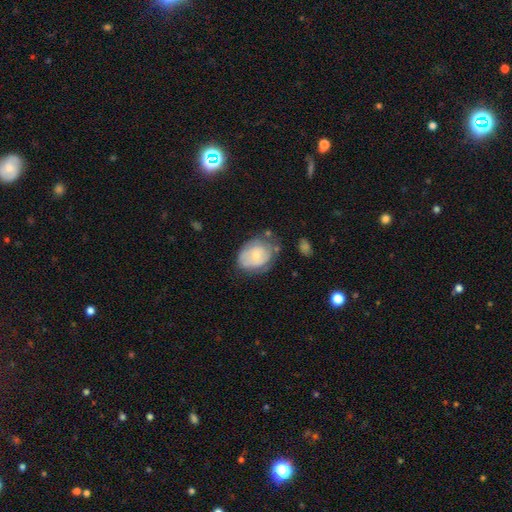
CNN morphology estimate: Smooth or featured?
  - smooth: 55% *
  - featured or disk: 38%
  - star or artifact: 7%
How rounded?
  - in between: 62% *
  - round: 37%
  - cigar-shaped: 1%
Merging?
  - none: 52% *
  - minor disturbance: 30%
  - major disturbance: 13%
  - merger: 5%